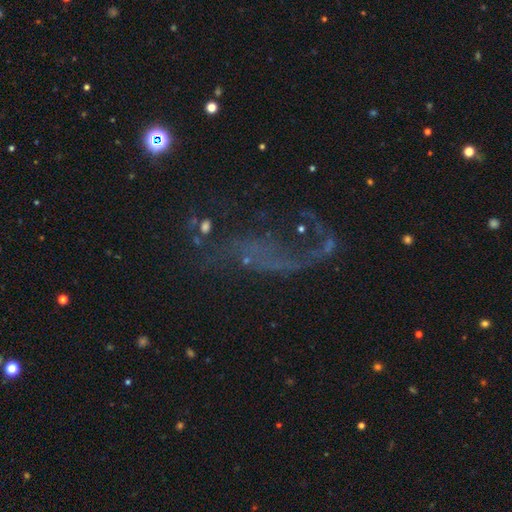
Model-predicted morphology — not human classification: featured or disk 54%, star or artifact 27%, smooth 19%. Down the decision tree: edge-on disk — no (91%); merging — major disturbance (39%).